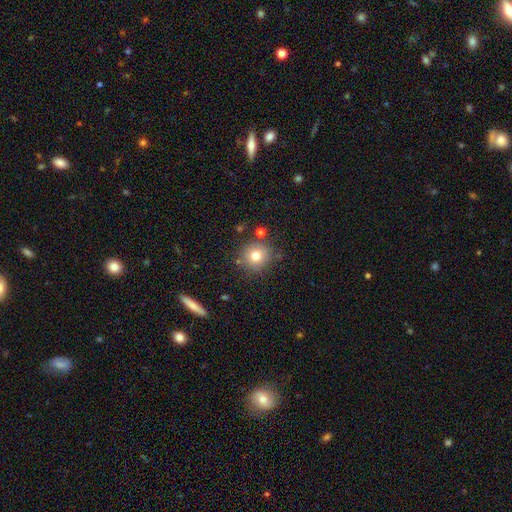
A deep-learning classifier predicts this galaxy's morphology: Smooth or featured?
  - smooth: 77% *
  - star or artifact: 12%
  - featured or disk: 11%
How rounded?
  - round: 91% *
  - in between: 8%
  - cigar-shaped: 1%
Merging?
  - none: 81% *
  - minor disturbance: 10%
  - merger: 6%
  - major disturbance: 3%